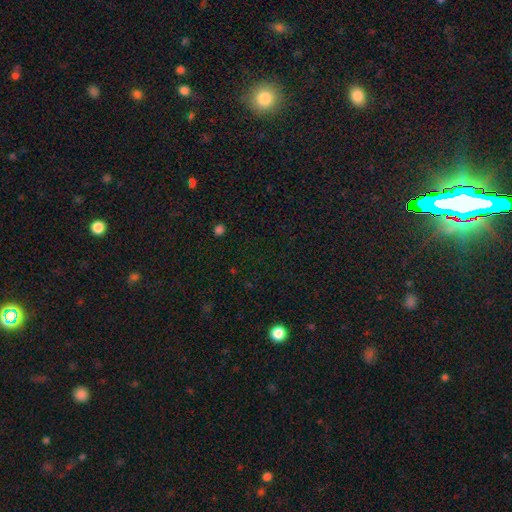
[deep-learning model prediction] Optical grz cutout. It shows a star or artifact, not a galaxy (76%).